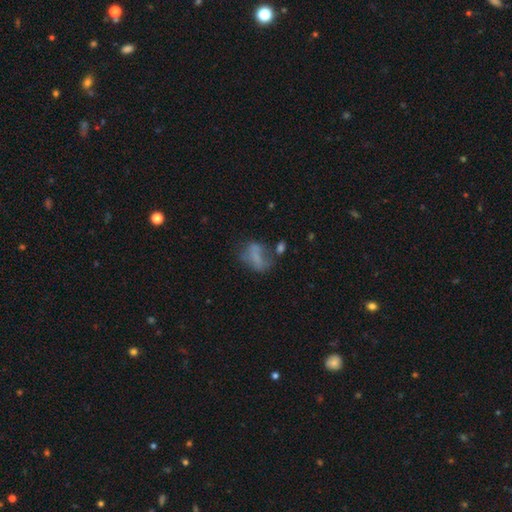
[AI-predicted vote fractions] A smooth galaxy with no disk features (57%) that is in between round and cigar-shaped (76%). Merging: none (37%).